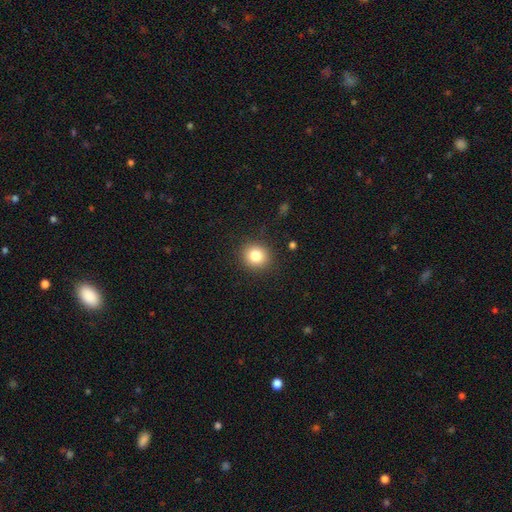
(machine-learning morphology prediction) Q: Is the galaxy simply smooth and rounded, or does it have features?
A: smooth — 82%.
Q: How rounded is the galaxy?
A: round — 85%.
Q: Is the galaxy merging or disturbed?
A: none — 89%.